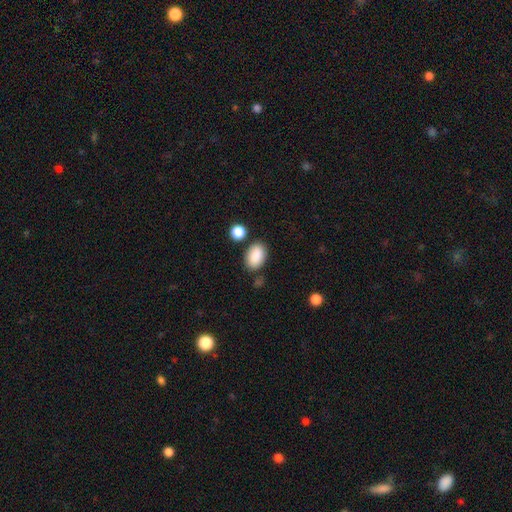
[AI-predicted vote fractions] Smooth or featured? Predicted: smooth (p=0.89). How rounded? Predicted: in between (p=0.89). Merging? Predicted: none (p=0.79).